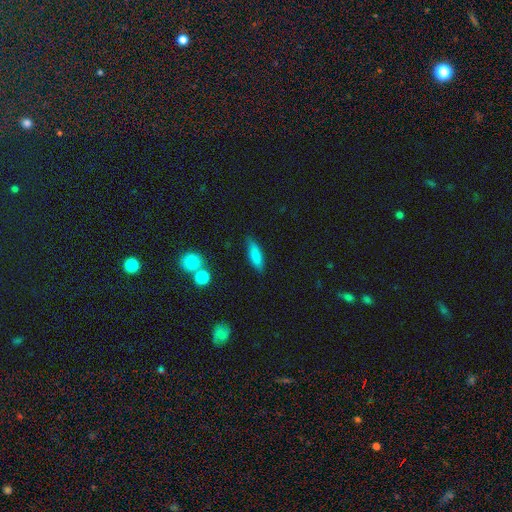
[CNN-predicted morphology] Smooth or featured? smooth (79%)
How rounded? cigar-shaped (56%)
Merging? none (82%)